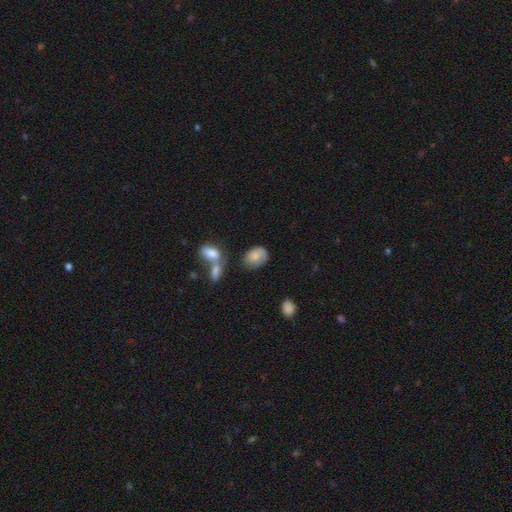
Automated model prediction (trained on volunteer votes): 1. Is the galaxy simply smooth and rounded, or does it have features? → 77% smooth, 16% featured or disk, 8% star or artifact.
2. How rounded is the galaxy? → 80% in between, 19% round, 2% cigar-shaped.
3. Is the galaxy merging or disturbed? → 51% none, 25% minor disturbance, 13% merger, 11% major disturbance.